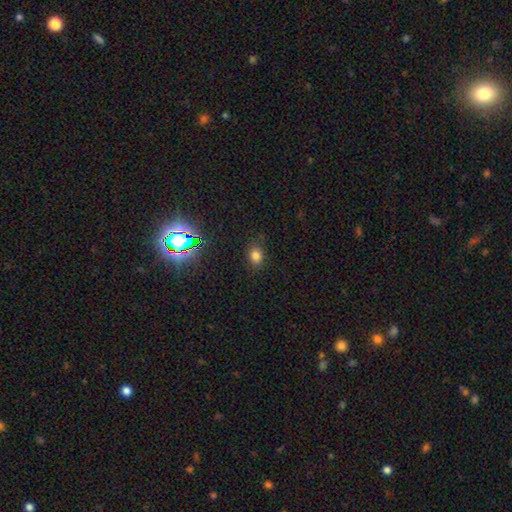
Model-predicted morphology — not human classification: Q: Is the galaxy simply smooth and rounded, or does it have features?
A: smooth — 75%.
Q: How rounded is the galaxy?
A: in between — 54%.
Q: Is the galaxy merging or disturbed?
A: none — 81%.